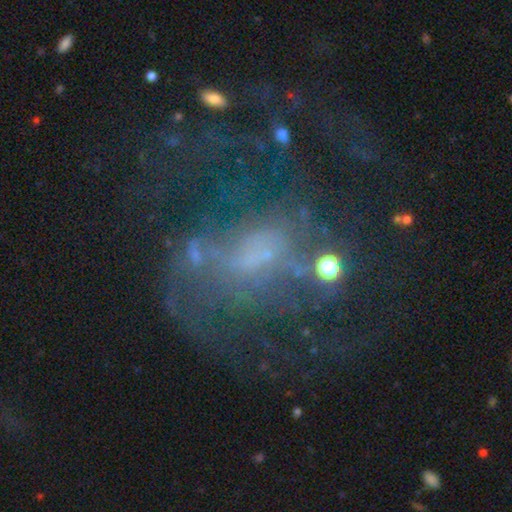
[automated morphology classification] featured or disk 77%, star or artifact 13%, smooth 9%. Down the decision tree: edge-on disk — no (98%); bar — no (43%); spiral arms — yes (82%); spiral arm count — 2 (57%); spiral winding — medium (46%); bulge size — small (43%); merging — none (48%).